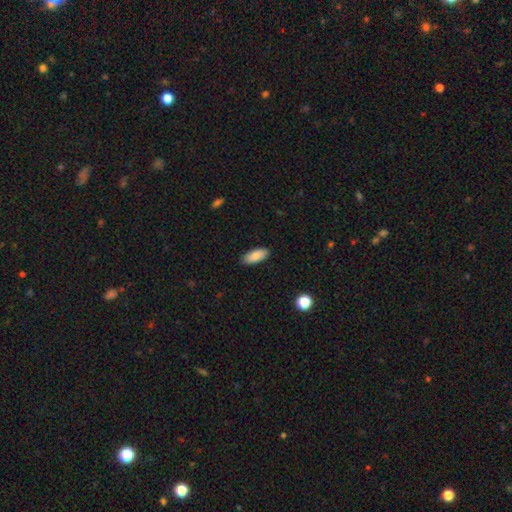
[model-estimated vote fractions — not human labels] A smooth galaxy with no disk features (86%) that is in between round and cigar-shaped (81%).

Vote fractions:
- Smooth or featured? smooth: 86% / featured or disk: 7% / star or artifact: 7%
- How rounded? in between: 81% / cigar-shaped: 17% / round: 2%
- Merging? none: 89% / minor disturbance: 8% / major disturbance: 2% / merger: 1%